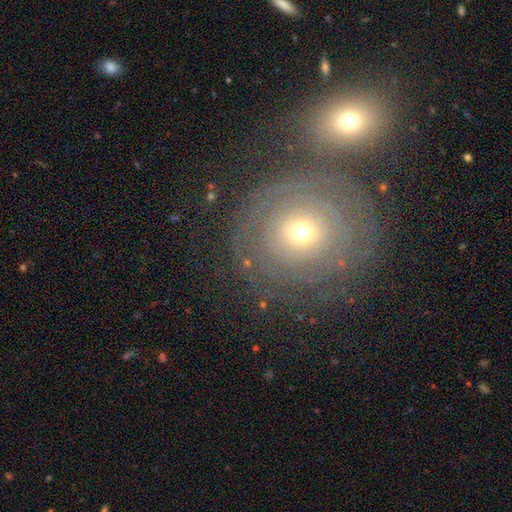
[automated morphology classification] Overall: featured or disk (59%; smooth 27%). Edge-on disk: no (95%). Bar: no (85%). Spiral arms: yes (72%). Bulge size: moderate (51%; small 41%). Merging: none (69%).